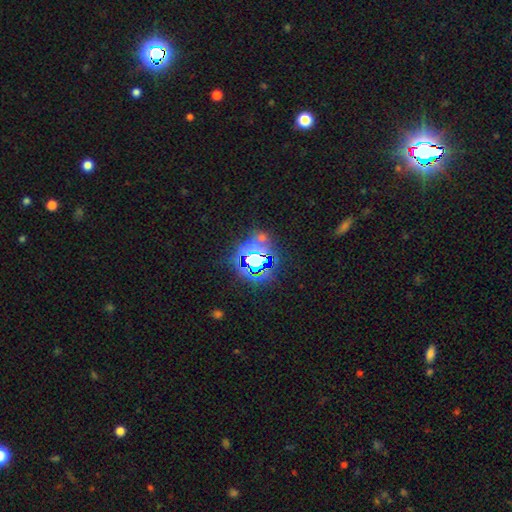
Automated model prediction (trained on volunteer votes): A star or artifact, not a galaxy (78%).